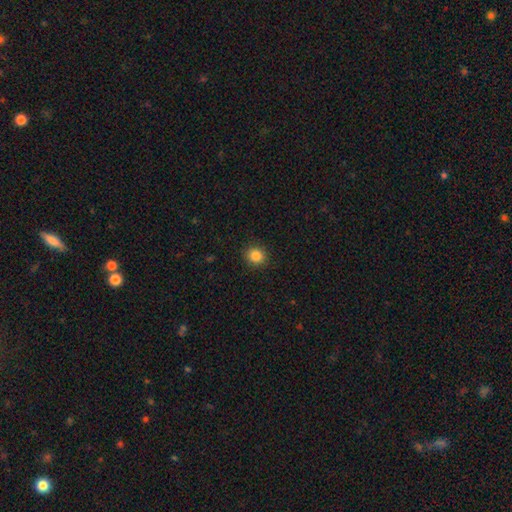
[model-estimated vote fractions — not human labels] smooth 86%, star or artifact 10%, featured or disk 4%. Down the decision tree: how rounded — round (82%); merging — none (91%).